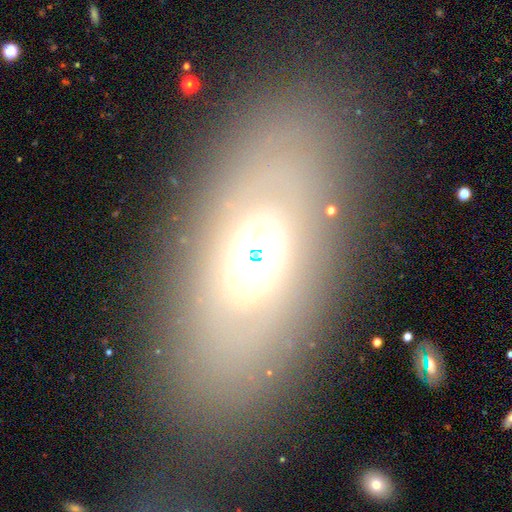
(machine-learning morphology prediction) Q: Smooth or featured?
A: smooth (45%); runner-up: featured or disk (33%)
Q: Merging?
A: none (80%); runner-up: minor disturbance (11%)